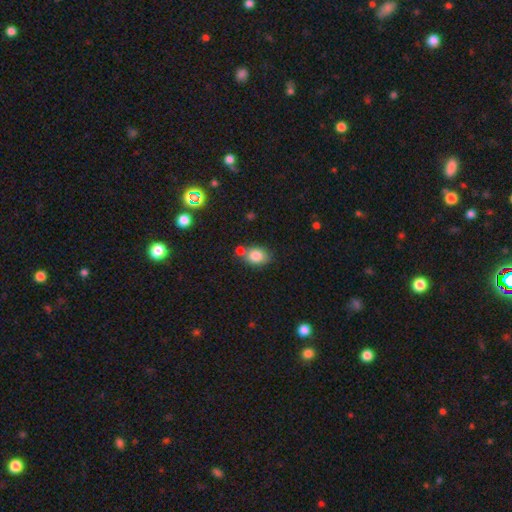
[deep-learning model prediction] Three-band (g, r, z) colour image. It shows a smooth galaxy with no disk features (81%) that is in between round and cigar-shaped (58%). Merging: none (56%).